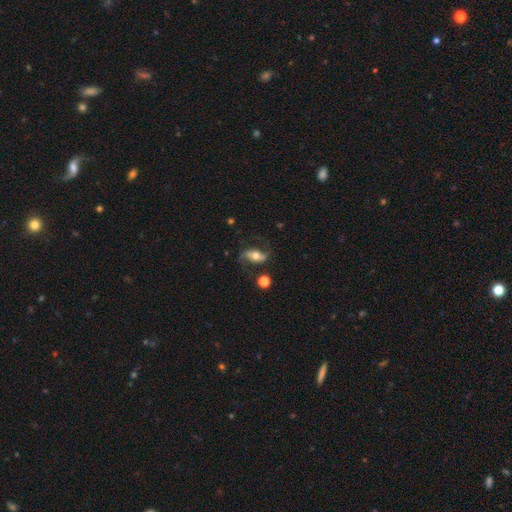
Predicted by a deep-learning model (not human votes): featured or disk 75%, smooth 17%, star or artifact 8%. Down the decision tree: edge-on disk — no (93%); bar — no (43%); spiral arms — yes (92%); spiral arm count — 2 (92%); spiral winding — loose (66%); bulge size — moderate (67%); merging — none (71%).